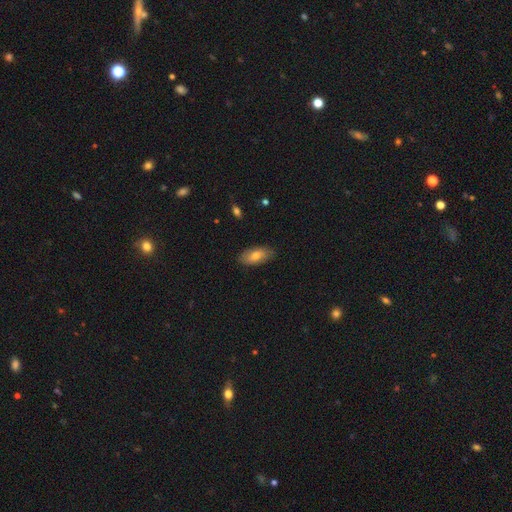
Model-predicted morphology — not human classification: smooth-or-featured: smooth: 72% | featured or disk: 21% | star or artifact: 7%
  how-rounded: in between: 90% | cigar-shaped: 8% | round: 3%
  merging: none: 84% | minor disturbance: 13% | major disturbance: 2% | merger: 1%